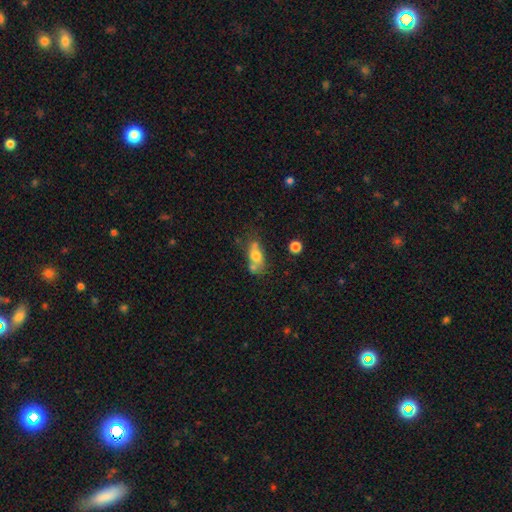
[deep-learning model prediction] A smooth galaxy with no disk features (68%) that is in between round and cigar-shaped (70%). Merging: none (39%).